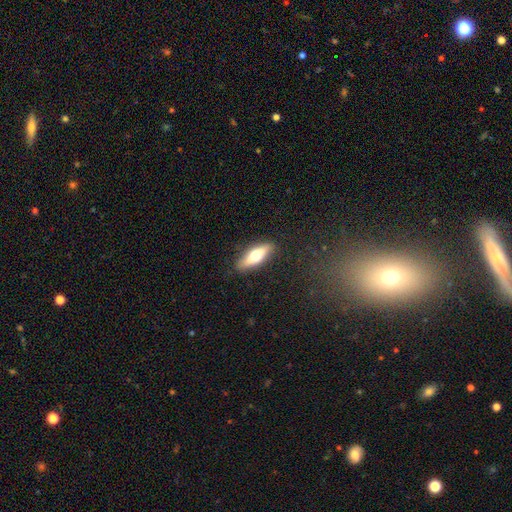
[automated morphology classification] This appears to be a smooth galaxy with no disk features (57%) that is cigar-shaped (52%). Merging: none (87%).